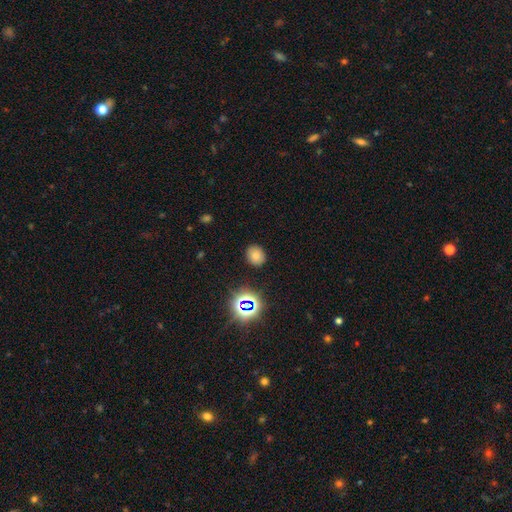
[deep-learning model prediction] Q: Smooth or featured?
A: smooth (73%); runner-up: star or artifact (19%)
Q: How rounded?
A: round (62%); runner-up: in between (37%)
Q: Merging?
A: none (87%); runner-up: minor disturbance (9%)